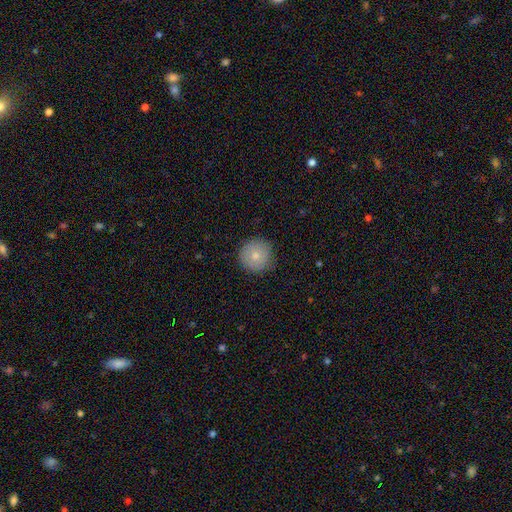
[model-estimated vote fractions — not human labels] Smooth or featured: smooth — 78% (featured or disk — 14%)
How rounded: round — 95% (in between — 4%)
Merging: none — 86% (minor disturbance — 11%)